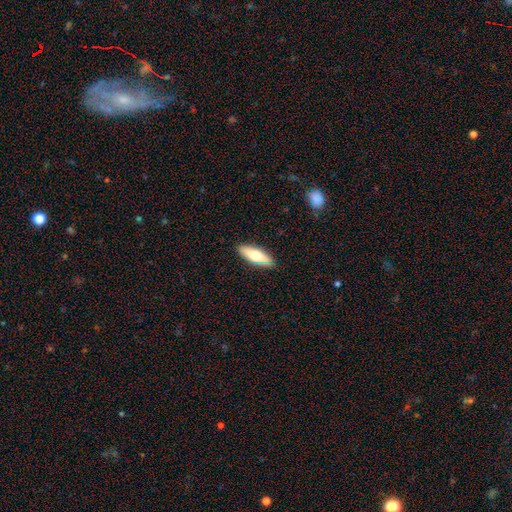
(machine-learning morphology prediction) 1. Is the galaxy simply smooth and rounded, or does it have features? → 65% smooth, 28% featured or disk, 7% star or artifact.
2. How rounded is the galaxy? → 62% in between, 35% cigar-shaped, 2% round.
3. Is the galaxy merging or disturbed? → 87% none, 10% minor disturbance, 2% major disturbance, 1% merger.